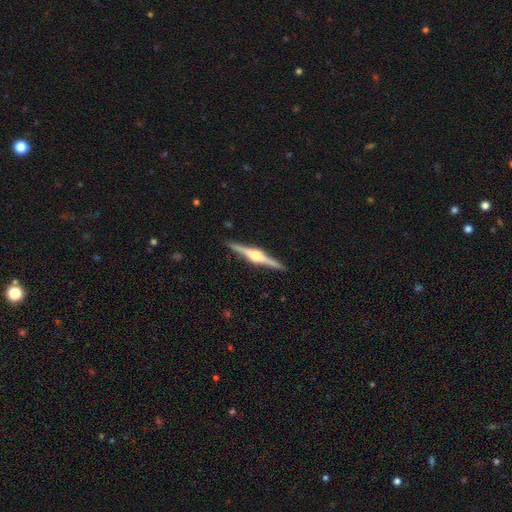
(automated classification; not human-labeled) A featured or disk galaxy (84%) viewed edge-on (99%) with a rounded central bulge (90%). Merging: none (92%).